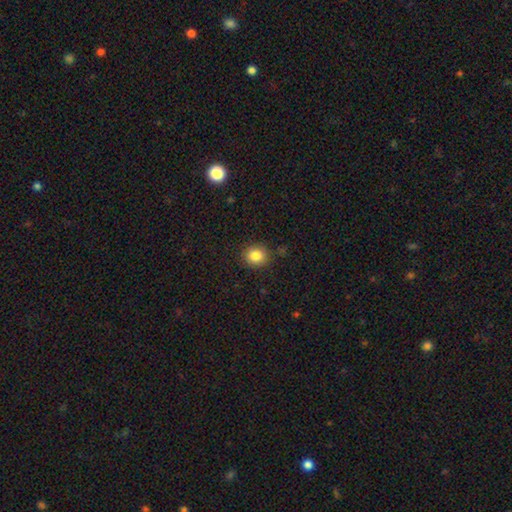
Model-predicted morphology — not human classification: smooth 84%, star or artifact 10%, featured or disk 5%. Down the decision tree: how rounded — round (81%); merging — none (87%).